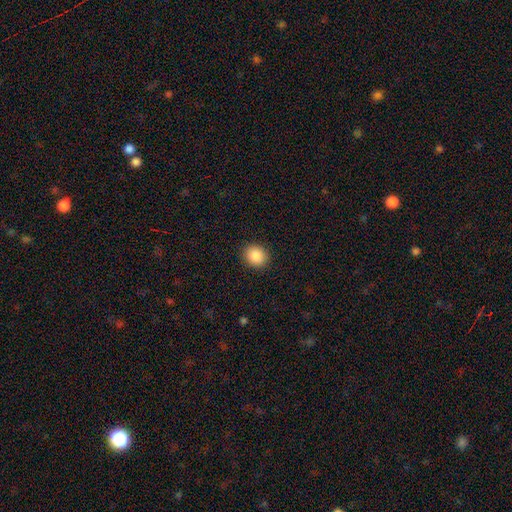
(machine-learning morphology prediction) Smooth or featured: smooth — 88% (star or artifact — 8%)
How rounded: round — 76% (in between — 23%)
Merging: none — 91% (minor disturbance — 6%)